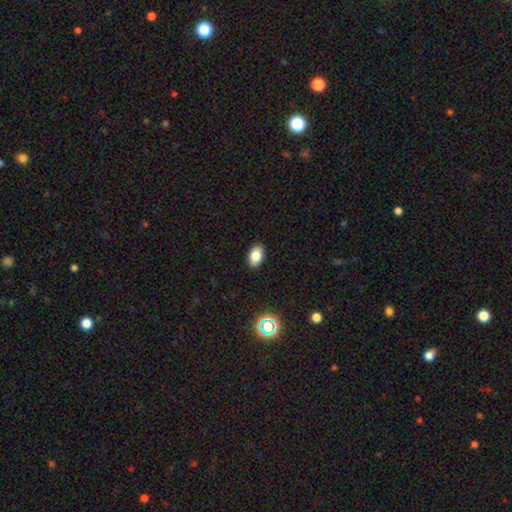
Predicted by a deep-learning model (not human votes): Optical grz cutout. It shows a smooth galaxy with no disk features (81%) that is in between round and cigar-shaped (88%). Merging: none (89%).